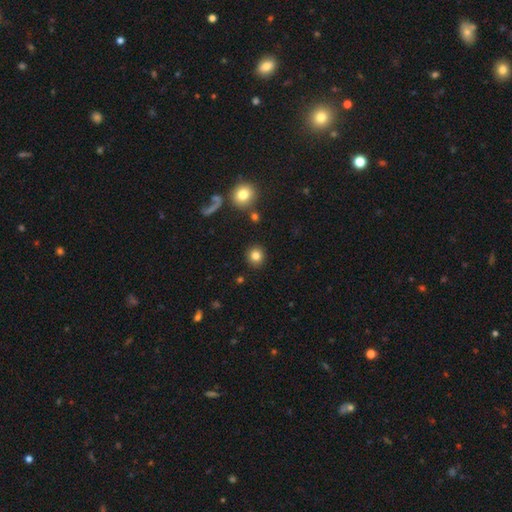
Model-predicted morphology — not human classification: This is clearly a smooth galaxy (82%). How rounded: clearly round (90%). Merging: clearly none (90%).